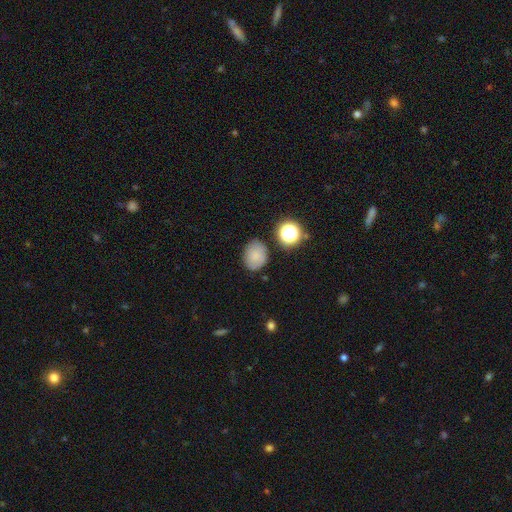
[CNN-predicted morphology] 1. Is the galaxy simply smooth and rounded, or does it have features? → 77% smooth, 12% star or artifact, 11% featured or disk.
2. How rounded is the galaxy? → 55% in between, 44% round, 1% cigar-shaped.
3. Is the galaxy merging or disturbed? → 77% none, 15% minor disturbance, 4% major disturbance, 4% merger.